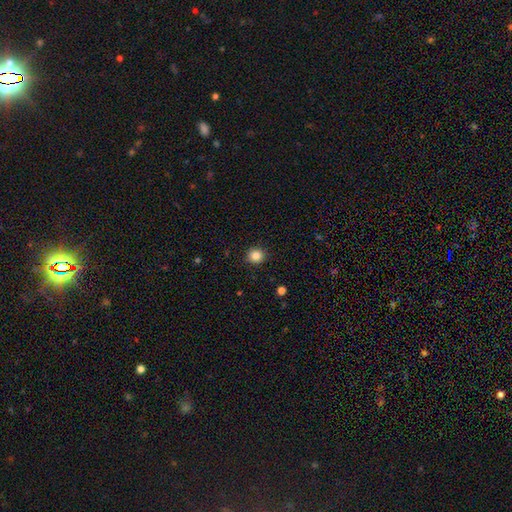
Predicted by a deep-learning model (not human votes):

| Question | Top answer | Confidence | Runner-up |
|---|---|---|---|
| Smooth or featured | smooth | 85% | star or artifact (11%) |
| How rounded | round | 90% | in between (9%) |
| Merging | none | 92% | minor disturbance (5%) |